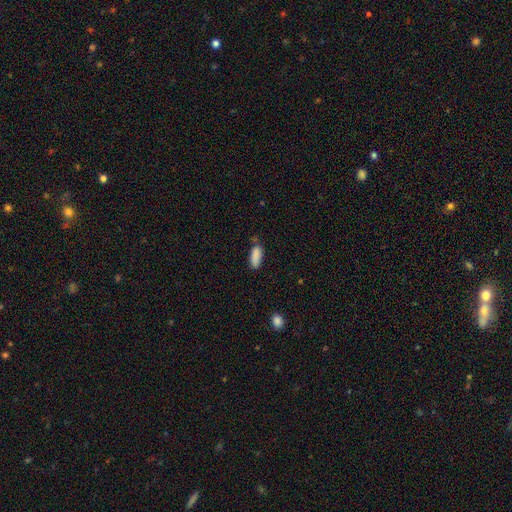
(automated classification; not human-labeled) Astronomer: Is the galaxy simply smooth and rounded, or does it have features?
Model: smooth — 88%.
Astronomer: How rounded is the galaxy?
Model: in between — 74%.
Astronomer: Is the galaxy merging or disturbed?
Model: none — 67%.